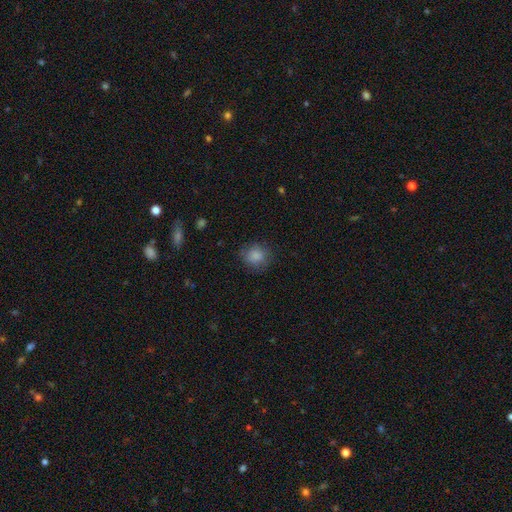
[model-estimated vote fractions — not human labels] A smooth galaxy with no disk features (86%) that is round (86%). Merging: none (83%).